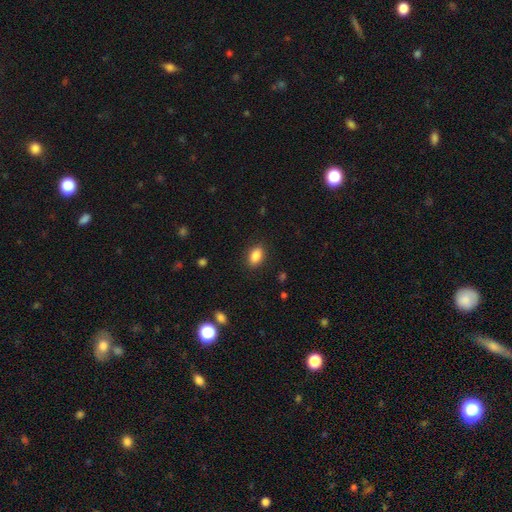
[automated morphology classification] Smooth or featured? smooth (87%)
How rounded? in between (88%)
Merging? none (88%)